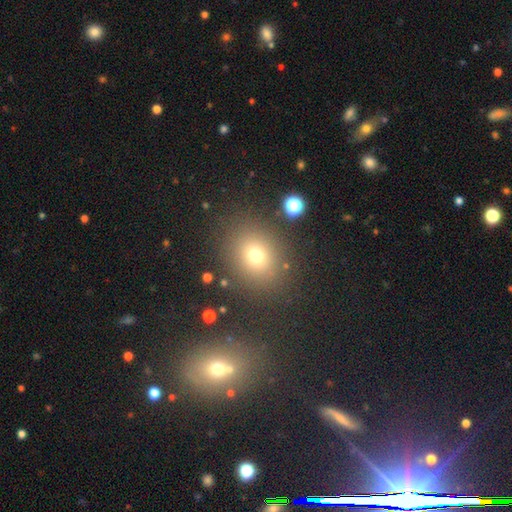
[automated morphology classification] A smooth galaxy with no disk features (71%) that is round (64%). Merging: none (84%).